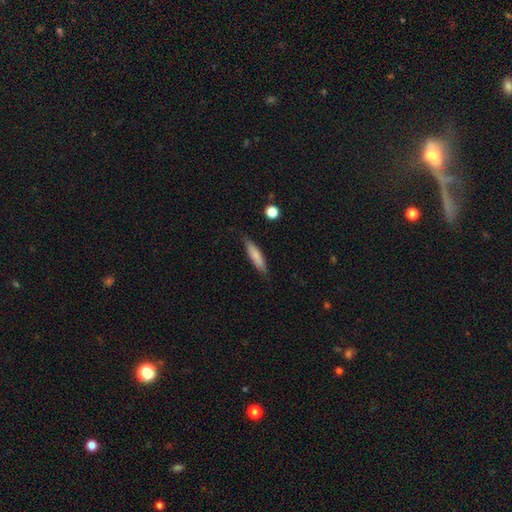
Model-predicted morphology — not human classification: Smooth or featured? smooth (77%)
How rounded? cigar-shaped (78%)
Merging? none (82%)